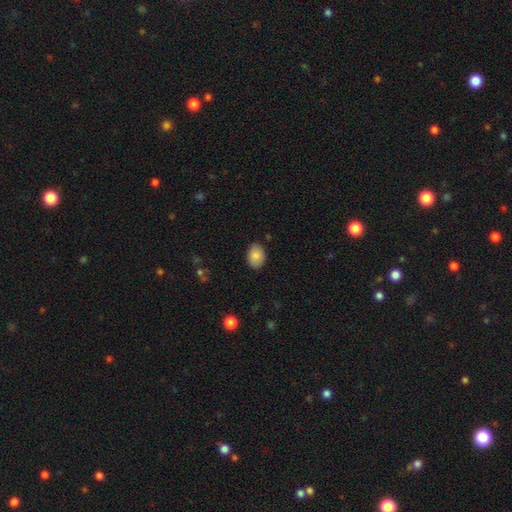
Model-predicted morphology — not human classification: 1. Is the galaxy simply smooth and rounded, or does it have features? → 87% smooth, 7% star or artifact, 5% featured or disk.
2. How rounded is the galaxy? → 78% in between, 21% round, 1% cigar-shaped.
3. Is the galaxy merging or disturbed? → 86% none, 11% minor disturbance, 2% major disturbance, 1% merger.